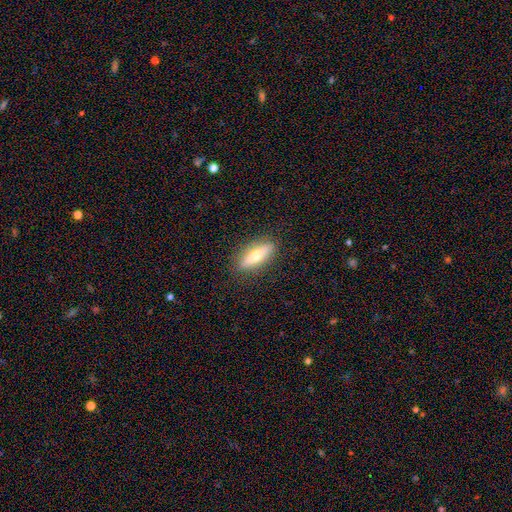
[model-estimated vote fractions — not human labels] The model was most divided on "smooth or featured": smooth: 47%, featured or disk: 46%, star or artifact: 7%. More confident: merging — none (88%).